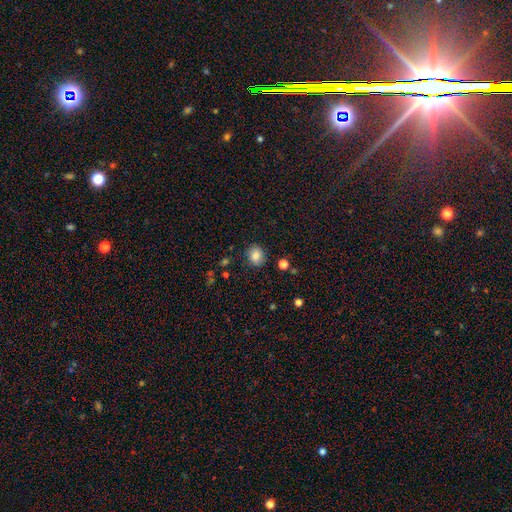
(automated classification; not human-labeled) Overall: smooth (82%). How rounded: round (61%; in between 38%). Merging: none (84%).